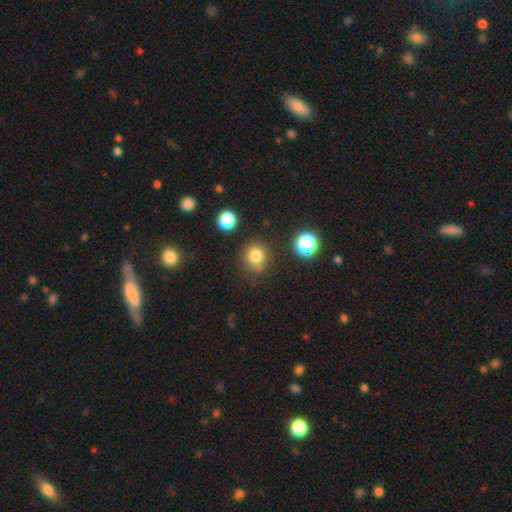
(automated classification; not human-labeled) This appears to be a smooth galaxy with no disk features (80%) that is round (86%). Merging: none (77%).